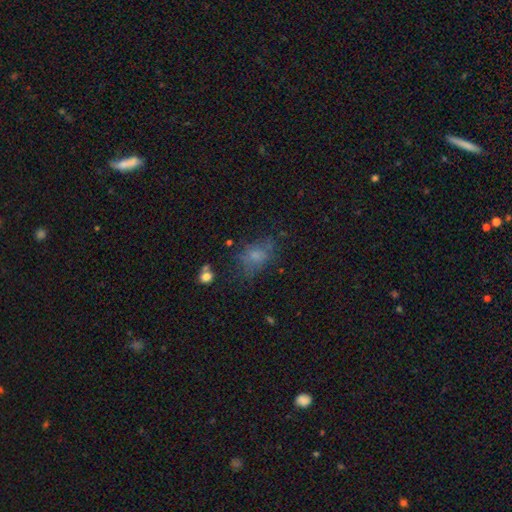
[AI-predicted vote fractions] Morphology: type=smooth (63%); roundness=in between (73%); merging=none (54%).